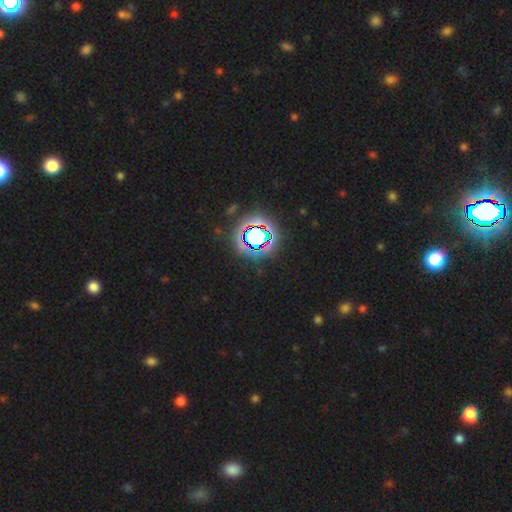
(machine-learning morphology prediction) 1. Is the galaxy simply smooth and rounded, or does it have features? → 79% star or artifact, 12% smooth, 8% featured or disk.